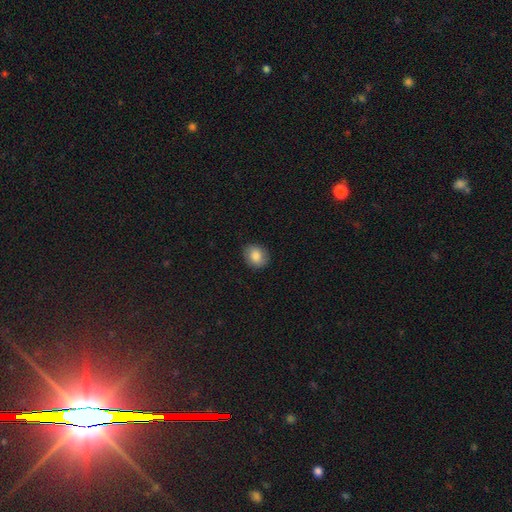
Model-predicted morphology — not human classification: Smooth or featured?
  - smooth: 84% *
  - featured or disk: 8%
  - star or artifact: 8%
How rounded?
  - round: 55% *
  - in between: 44%
  - cigar-shaped: 1%
Merging?
  - none: 87% *
  - minor disturbance: 10%
  - major disturbance: 2%
  - merger: 1%